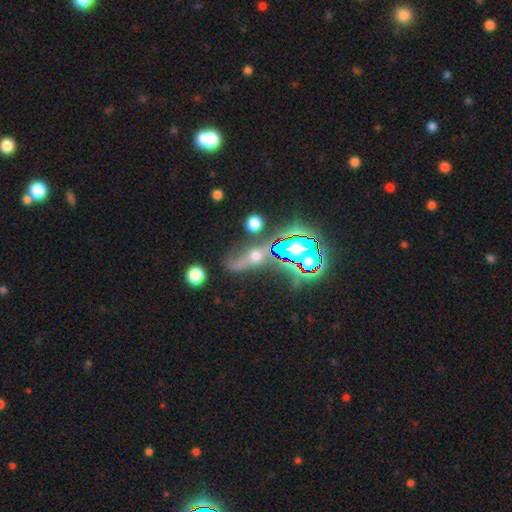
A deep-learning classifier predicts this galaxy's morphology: Smooth or featured? Predicted: featured or disk (p=0.41). Merging? Predicted: none (p=0.52).